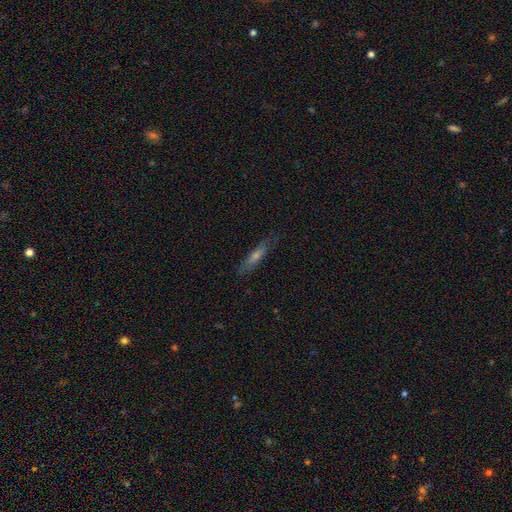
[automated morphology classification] A featured or disk galaxy (46%).

Vote fractions:
- Smooth or featured? featured or disk: 46% / smooth: 43% / star or artifact: 11%
- Merging? none: 81% / minor disturbance: 15% / major disturbance: 3% / merger: 1%